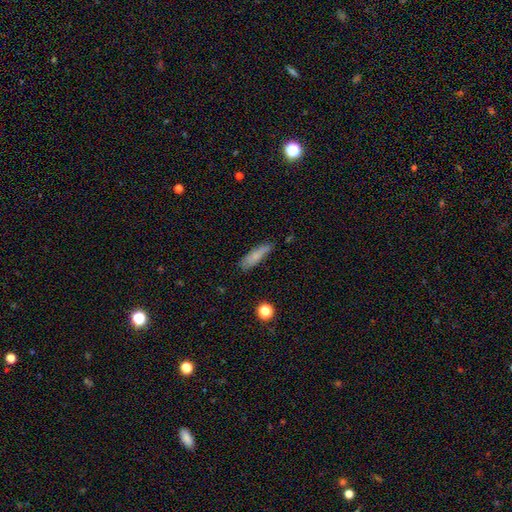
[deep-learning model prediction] The model was most divided on "how rounded": cigar-shaped: 71%, in between: 27%, round: 2%. More confident: smooth or featured — smooth (76%); merging — none (74%).